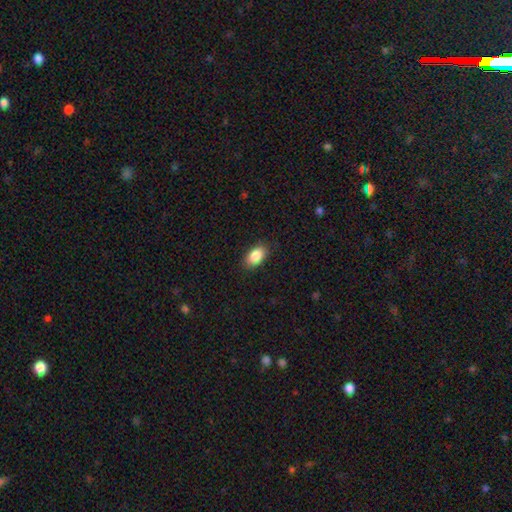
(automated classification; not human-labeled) smooth 87%, star or artifact 7%, featured or disk 6%. Down the decision tree: how rounded — in between (90%); merging — none (86%).